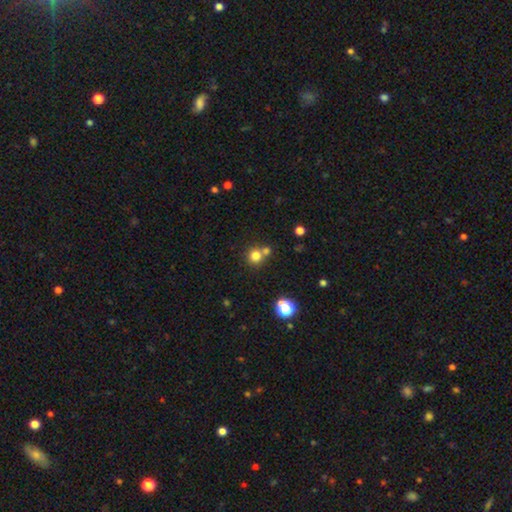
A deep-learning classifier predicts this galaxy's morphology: smooth-or-featured: smooth: 77% | star or artifact: 15% | featured or disk: 8%
  how-rounded: round: 91% | in between: 8% | cigar-shaped: 1%
  merging: none: 58% | merger: 32% | minor disturbance: 7% | major disturbance: 3%